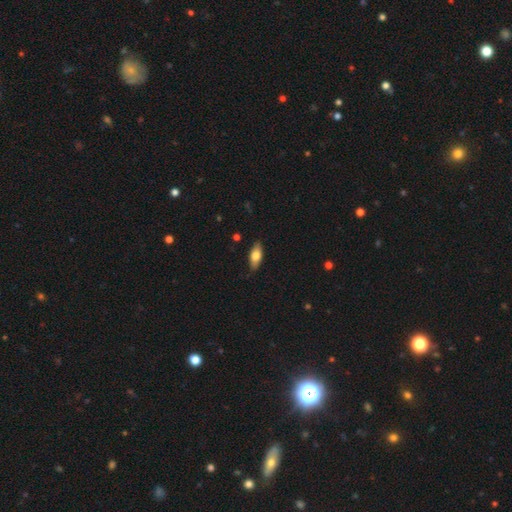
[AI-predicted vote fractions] Smooth or featured?
  - smooth: 70% *
  - featured or disk: 24%
  - star or artifact: 6%
How rounded?
  - in between: 80% *
  - cigar-shaped: 17%
  - round: 3%
Merging?
  - none: 84% *
  - minor disturbance: 13%
  - major disturbance: 2%
  - merger: 1%